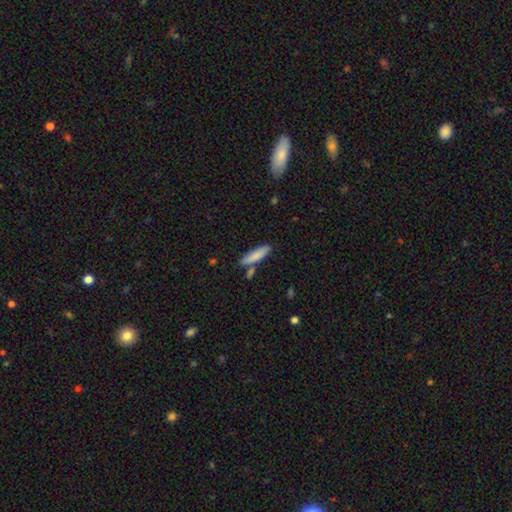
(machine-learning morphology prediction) A smooth galaxy with no disk features (82%) that is cigar-shaped (72%).

Vote fractions:
- Smooth or featured? smooth: 82% / featured or disk: 11% / star or artifact: 6%
- How rounded? cigar-shaped: 72% / in between: 27% / round: 2%
- Merging? none: 75% / minor disturbance: 13% / merger: 10% / major disturbance: 3%